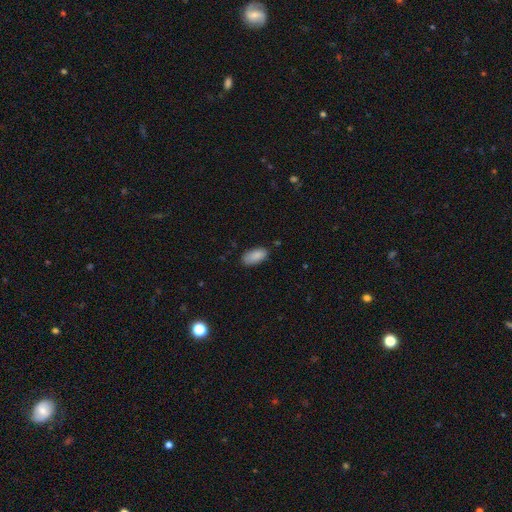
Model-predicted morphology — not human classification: smooth-or-featured: smooth: 87% | star or artifact: 7% | featured or disk: 6%
  how-rounded: in between: 92% | cigar-shaped: 6% | round: 2%
  merging: none: 79% | minor disturbance: 16% | major disturbance: 3% | merger: 1%